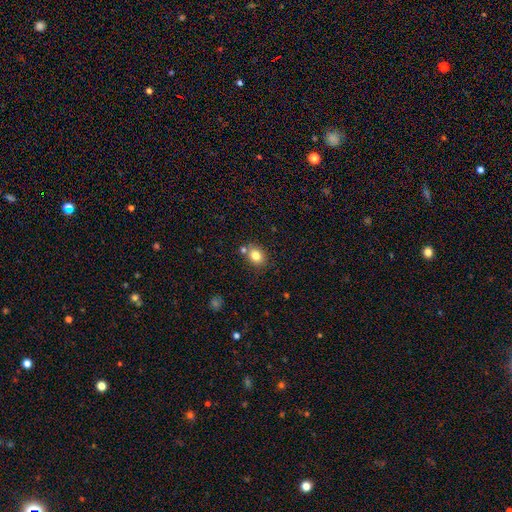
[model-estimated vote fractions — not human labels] Smooth or featured? smooth (81%)
How rounded? in between (51%)
Merging? none (71%)